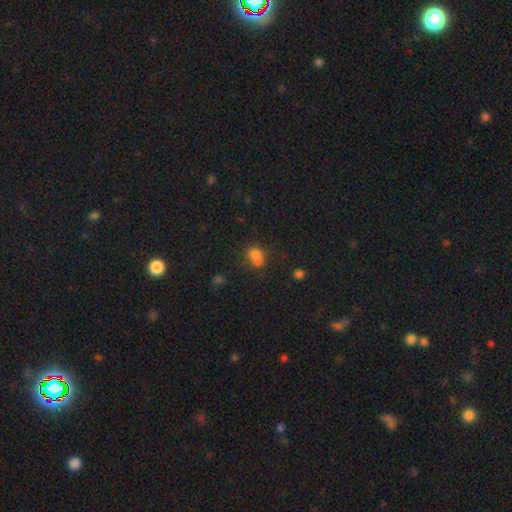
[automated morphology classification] smooth 72%, star or artifact 15%, featured or disk 13%. Down the decision tree: how rounded — round (63%); merging — merger (47%).